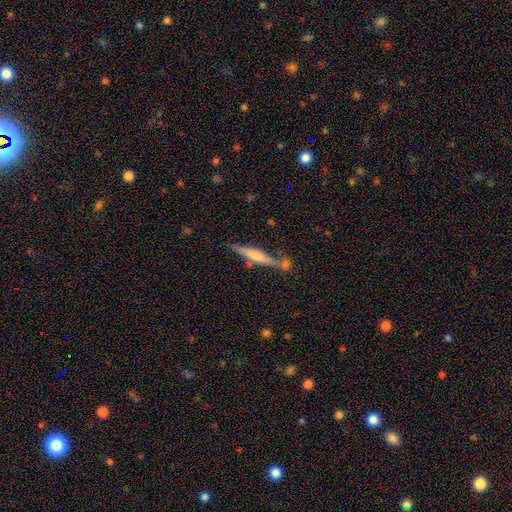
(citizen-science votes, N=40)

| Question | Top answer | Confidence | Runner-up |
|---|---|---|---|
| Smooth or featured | featured or disk | 75% | smooth (20%) |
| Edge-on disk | yes | 97% | no (3%) |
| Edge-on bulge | rounded | 72% | boxy (14%) |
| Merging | none | 92% | minor disturbance (5%) |